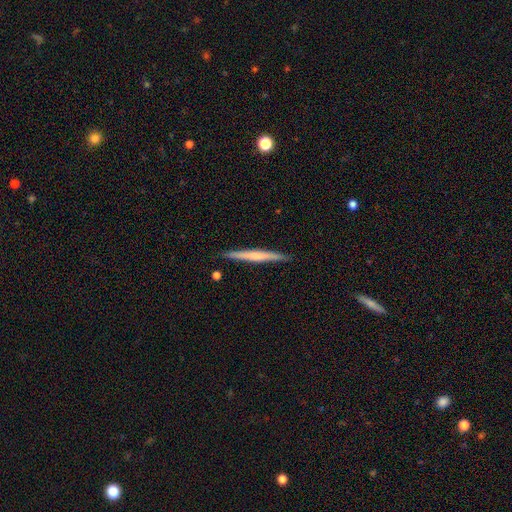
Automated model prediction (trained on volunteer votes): Smooth or featured?
  - featured or disk: 50% *
  - smooth: 45%
  - star or artifact: 5%
Edge-on disk?
  - yes: 97% *
  - no: 3%
Merging?
  - none: 91% *
  - minor disturbance: 7%
  - major disturbance: 1%
  - merger: 1%